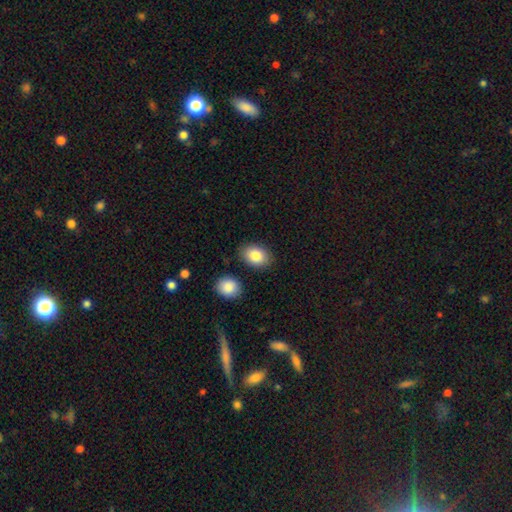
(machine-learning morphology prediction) Smooth or featured: smooth — 85% (featured or disk — 8%)
How rounded: in between — 82% (round — 17%)
Merging: none — 83% (minor disturbance — 10%)